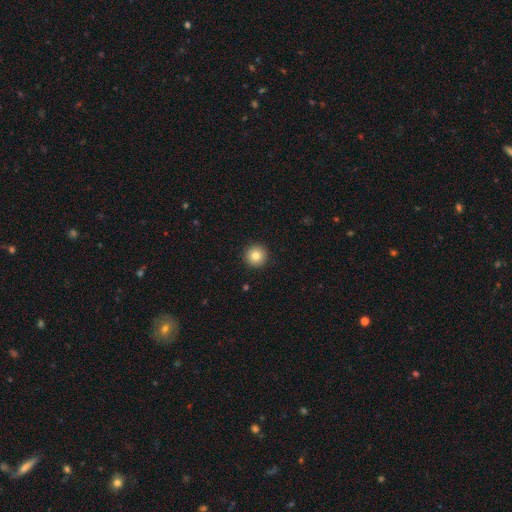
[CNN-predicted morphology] The model was most divided on "smooth or featured": smooth: 83%, star or artifact: 10%, featured or disk: 7%. More confident: how rounded — round (96%); merging — none (93%).